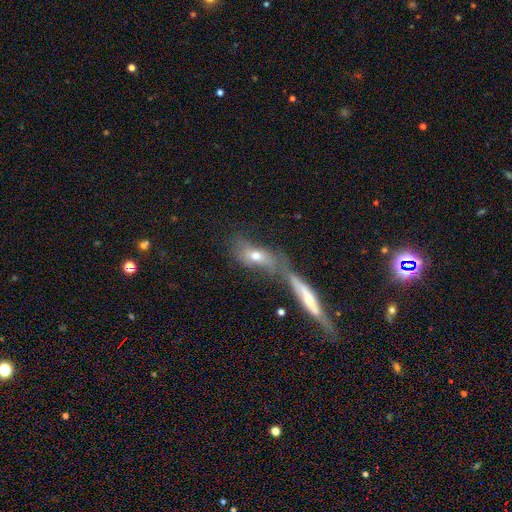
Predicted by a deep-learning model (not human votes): This appears to be a smooth galaxy with no disk features (56%) that is in between round and cigar-shaped (62%). Merging: merger (55%).